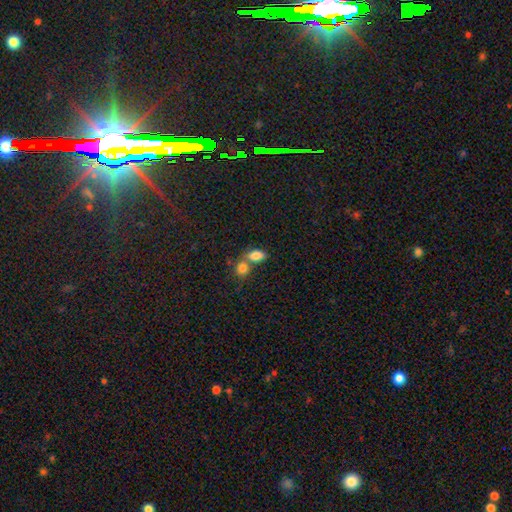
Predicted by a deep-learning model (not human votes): smooth 83%, star or artifact 9%, featured or disk 8%. Down the decision tree: how rounded — in between (86%); merging — merger (50%).